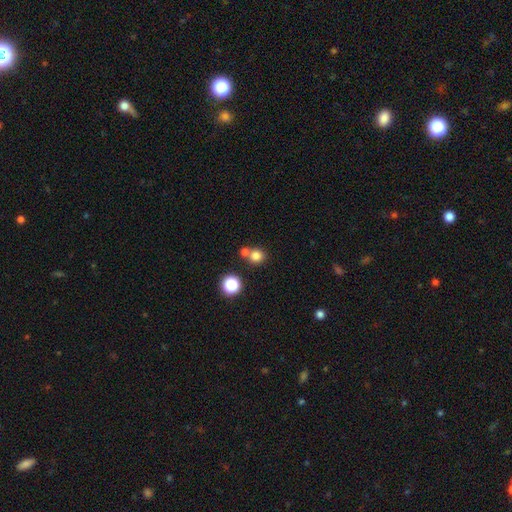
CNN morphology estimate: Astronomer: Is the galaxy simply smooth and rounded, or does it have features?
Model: smooth — 79%.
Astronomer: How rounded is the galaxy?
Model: round — 87%.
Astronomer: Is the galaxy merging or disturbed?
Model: none — 60%.